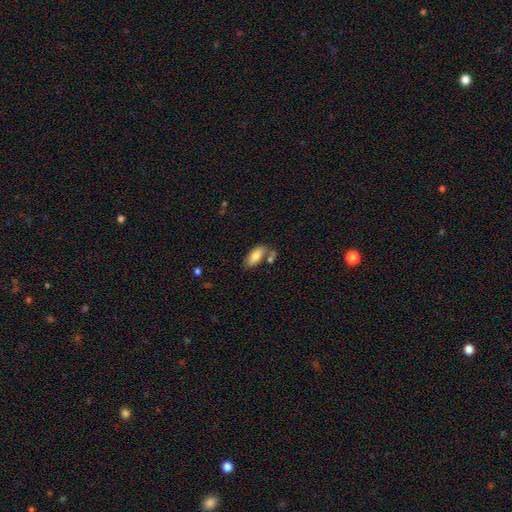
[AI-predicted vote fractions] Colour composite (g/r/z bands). It shows a smooth galaxy with no disk features (77%) that is in between round and cigar-shaped (88%). Merging: none (57%).